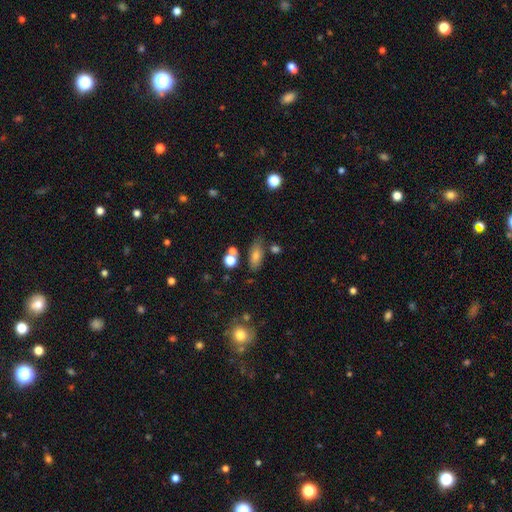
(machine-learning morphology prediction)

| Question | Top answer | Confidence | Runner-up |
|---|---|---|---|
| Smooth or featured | smooth | 70% | featured or disk (18%) |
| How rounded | in between | 74% | cigar-shaped (20%) |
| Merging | none | 72% | minor disturbance (16%) |